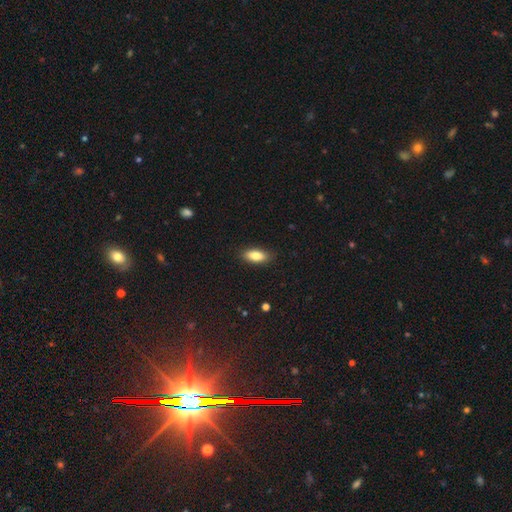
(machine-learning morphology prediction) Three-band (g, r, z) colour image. It shows a smooth galaxy with no disk features (85%) that is in between round and cigar-shaped (84%). Merging: none (86%).